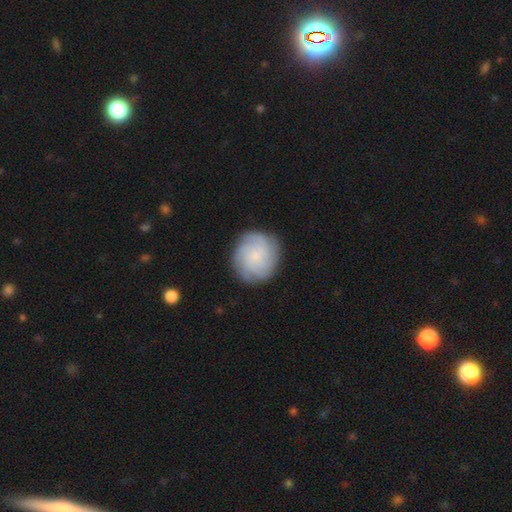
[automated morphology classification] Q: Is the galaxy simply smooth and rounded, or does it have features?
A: featured or disk — 59%.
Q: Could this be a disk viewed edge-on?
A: no — 98%.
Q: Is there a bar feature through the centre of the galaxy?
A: no — 77%.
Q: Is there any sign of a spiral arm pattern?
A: yes — 94%.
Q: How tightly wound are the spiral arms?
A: tight — 62%.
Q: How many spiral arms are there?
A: can't tell — 30%.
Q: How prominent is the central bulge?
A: small — 61%.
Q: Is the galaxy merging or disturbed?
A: none — 82%.